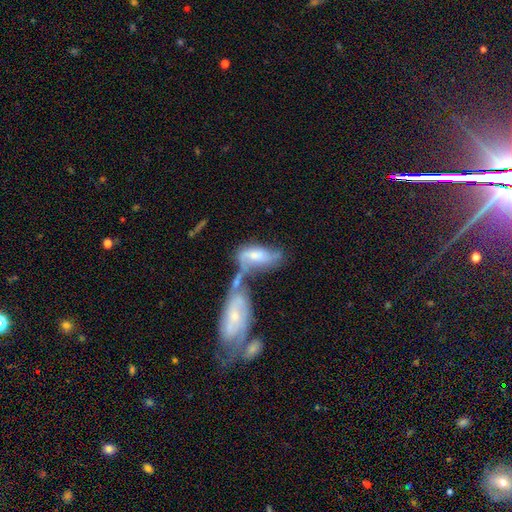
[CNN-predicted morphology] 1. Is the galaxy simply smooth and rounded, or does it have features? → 52% featured or disk, 40% smooth, 8% star or artifact.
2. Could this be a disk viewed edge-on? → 87% no, 13% yes.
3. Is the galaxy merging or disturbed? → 63% merger, 14% none, 13% major disturbance, 10% minor disturbance.